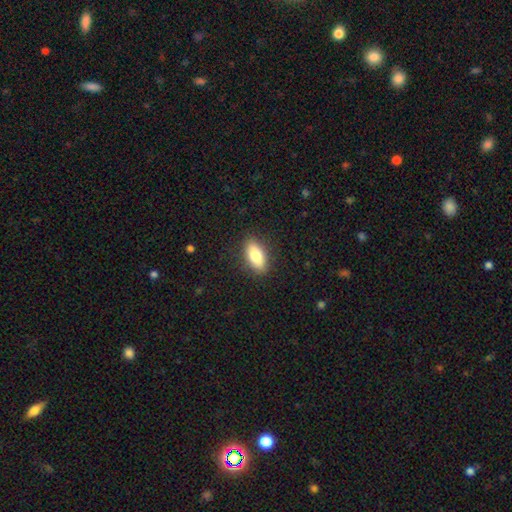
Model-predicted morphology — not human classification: Smooth or featured: smooth — 82% (featured or disk — 11%)
How rounded: in between — 86% (cigar-shaped — 11%)
Merging: none — 87% (minor disturbance — 9%)